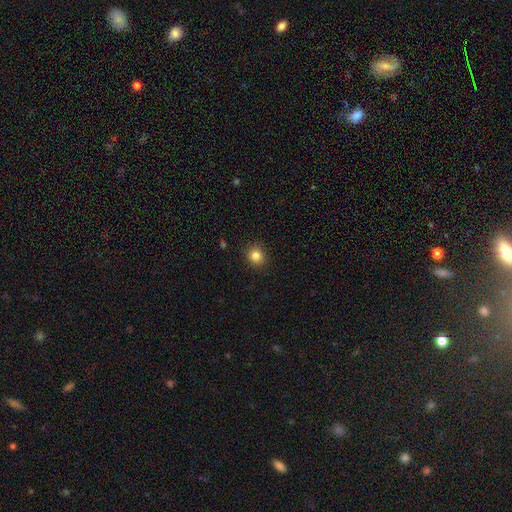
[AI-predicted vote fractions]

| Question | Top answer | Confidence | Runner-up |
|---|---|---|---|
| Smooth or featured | smooth | 83% | star or artifact (11%) |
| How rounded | round | 88% | in between (11%) |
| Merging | none | 91% | minor disturbance (6%) |